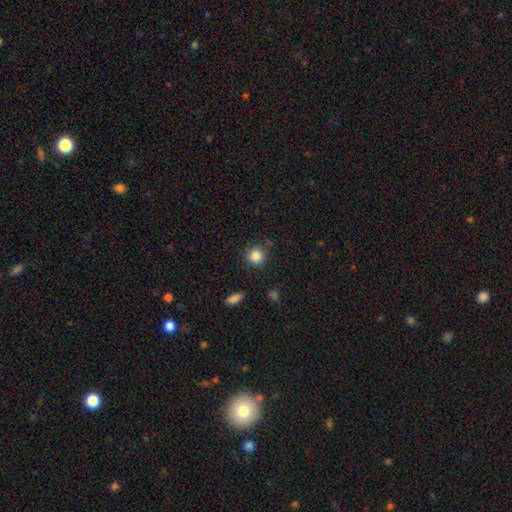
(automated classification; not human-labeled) A smooth galaxy with no disk features (84%) that is round (92%).

Vote fractions:
- Smooth or featured? smooth: 84% / star or artifact: 10% / featured or disk: 6%
- How rounded? round: 92% / in between: 7% / cigar-shaped: 1%
- Merging? none: 86% / minor disturbance: 8% / merger: 3% / major disturbance: 3%